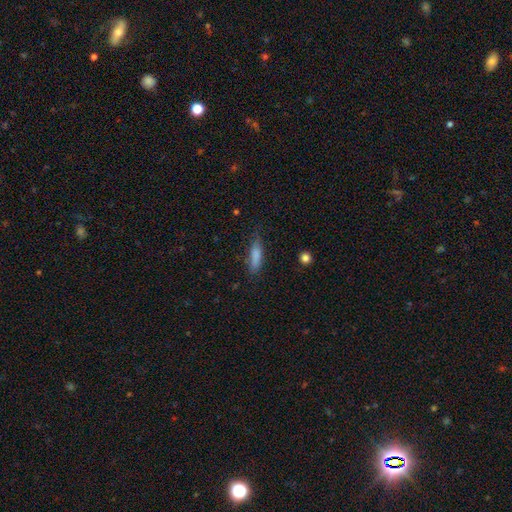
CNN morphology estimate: smooth 81%, featured or disk 11%, star or artifact 7%. Down the decision tree: how rounded — cigar-shaped (62%); merging — none (71%).